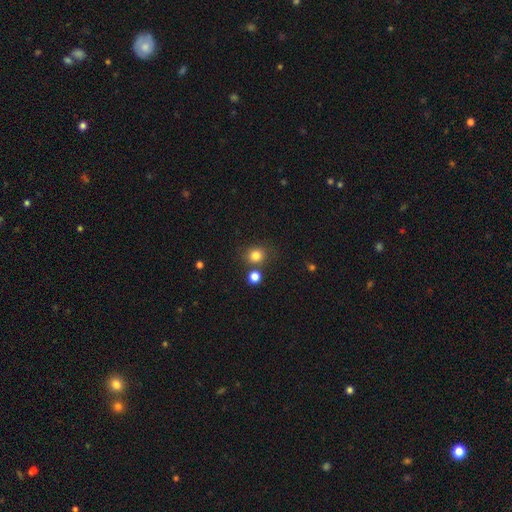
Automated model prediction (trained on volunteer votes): Q: Smooth or featured?
A: smooth (81%); runner-up: star or artifact (13%)
Q: How rounded?
A: round (81%); runner-up: in between (18%)
Q: Merging?
A: none (73%); runner-up: merger (13%)